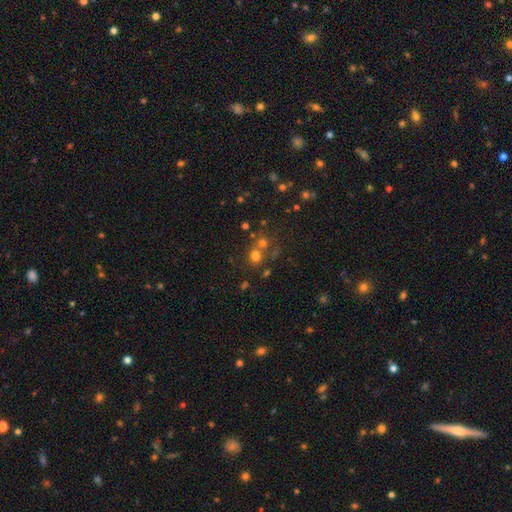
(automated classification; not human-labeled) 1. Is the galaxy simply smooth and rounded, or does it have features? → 65% smooth, 24% star or artifact, 11% featured or disk.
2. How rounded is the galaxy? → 81% round, 18% in between, 1% cigar-shaped.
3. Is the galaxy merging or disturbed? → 54% none, 35% merger, 8% minor disturbance, 4% major disturbance.